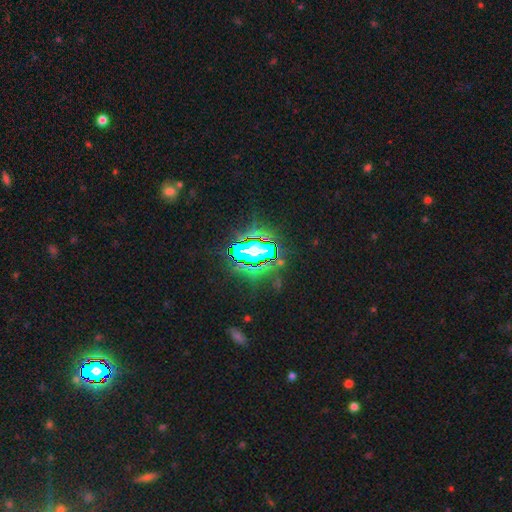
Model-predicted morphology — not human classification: Smooth or featured? Predicted: star or artifact (p=0.82).